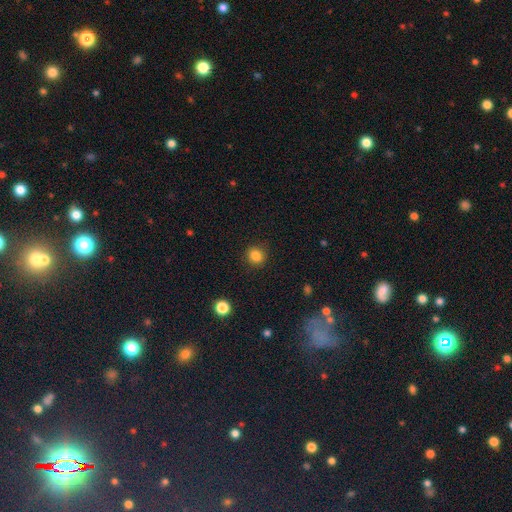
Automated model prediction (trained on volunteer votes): A smooth galaxy with no disk features (84%) that is round (90%). Merging: none (90%).